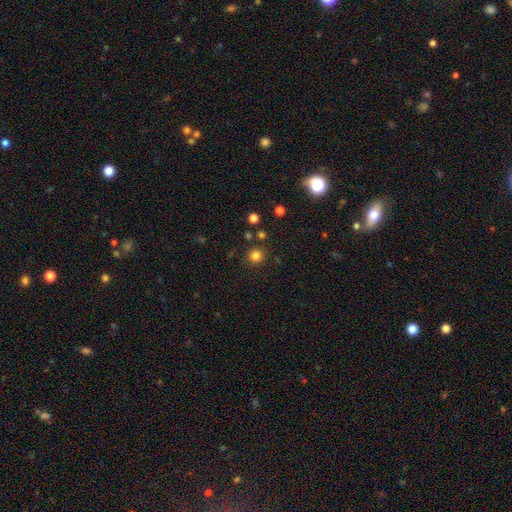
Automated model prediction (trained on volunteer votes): smooth-or-featured: smooth: 81% | star or artifact: 14% | featured or disk: 5%
  how-rounded: round: 94% | in between: 6% | cigar-shaped: 1%
  merging: none: 87% | minor disturbance: 7% | merger: 4% | major disturbance: 2%